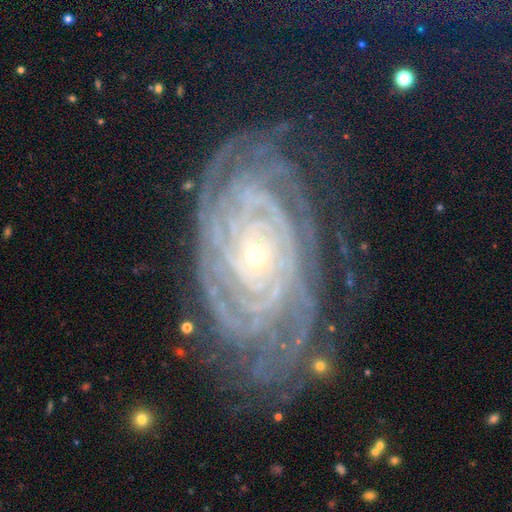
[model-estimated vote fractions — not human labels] This is clearly a featured or disk galaxy (89%). It is clearly not viewed edge-on (95%). Bar: likely no (77%). Spiral arm pattern: clearly yes (97%). Spiral arm count: marginally more than 4 (25%). Spiral winding: clearly tight (84%). Central bulge: clearly small (80%). Merging: likely none (72%).